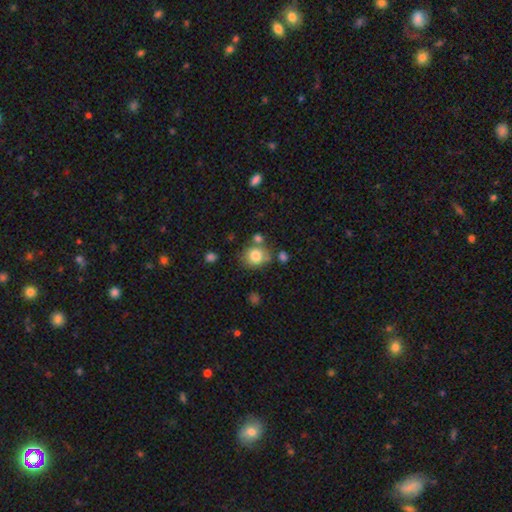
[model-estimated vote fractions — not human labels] smooth_or_featured: smooth (p=0.80) [alt: featured or disk p=0.10]
how_rounded: round (p=0.69) [alt: in between p=0.30]
merging: none (p=0.67) [alt: minor disturbance p=0.16]